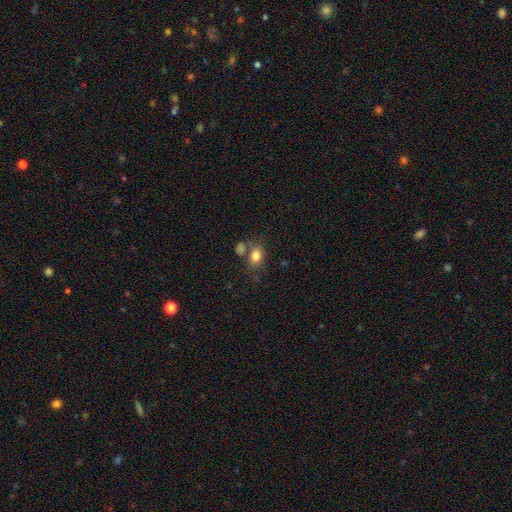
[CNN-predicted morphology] smooth 81%, star or artifact 10%, featured or disk 9%. Down the decision tree: how rounded — in between (70%); merging — none (58%).